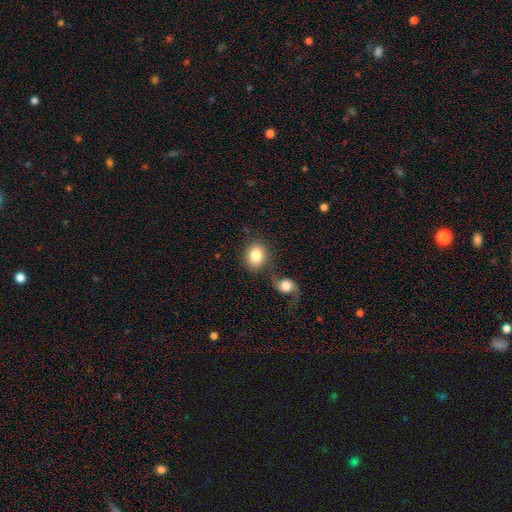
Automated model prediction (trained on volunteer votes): A smooth galaxy with no disk features (82%) that is round (60%).

Vote fractions:
- Smooth or featured? smooth: 82% / featured or disk: 11% / star or artifact: 7%
- How rounded? round: 60% / in between: 39% / cigar-shaped: 1%
- Merging? none: 65% / merger: 19% / minor disturbance: 11% / major disturbance: 5%